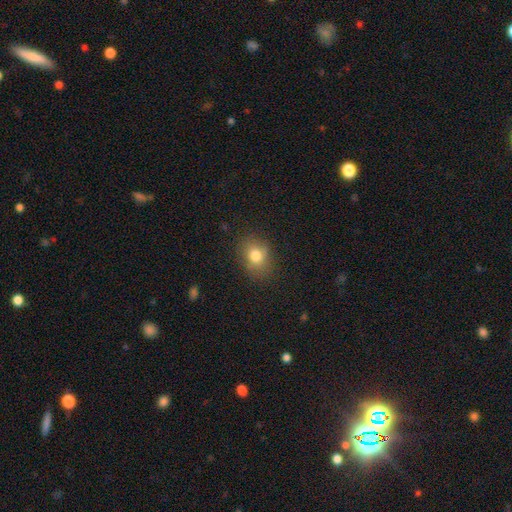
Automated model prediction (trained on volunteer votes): This appears to be a smooth galaxy with no disk features (78%) that is in between round and cigar-shaped (55%). Merging: none (75%).